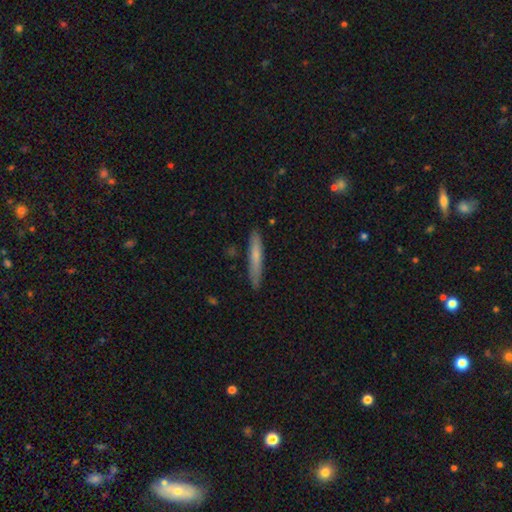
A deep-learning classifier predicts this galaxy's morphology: This is likely a smooth galaxy (68%). How rounded: clearly cigar-shaped (94%). Merging: clearly none (86%).